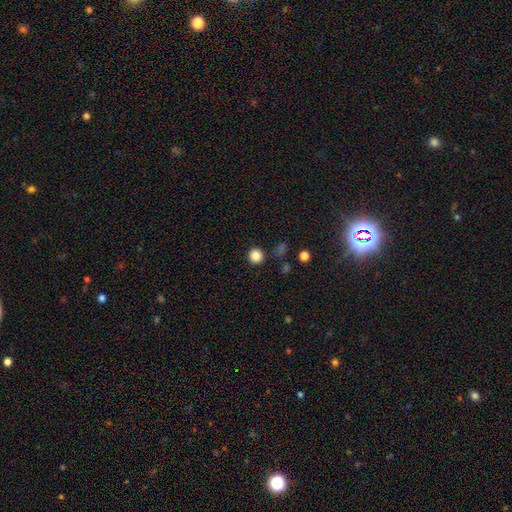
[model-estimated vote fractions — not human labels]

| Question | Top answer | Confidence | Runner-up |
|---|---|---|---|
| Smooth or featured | smooth | 85% | star or artifact (11%) |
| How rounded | round | 94% | in between (5%) |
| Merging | none | 89% | minor disturbance (6%) |